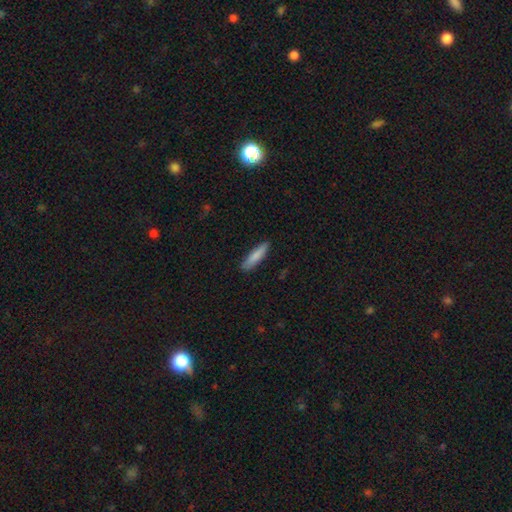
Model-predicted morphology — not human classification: Smooth or featured? smooth (83%)
How rounded? cigar-shaped (80%)
Merging? none (87%)